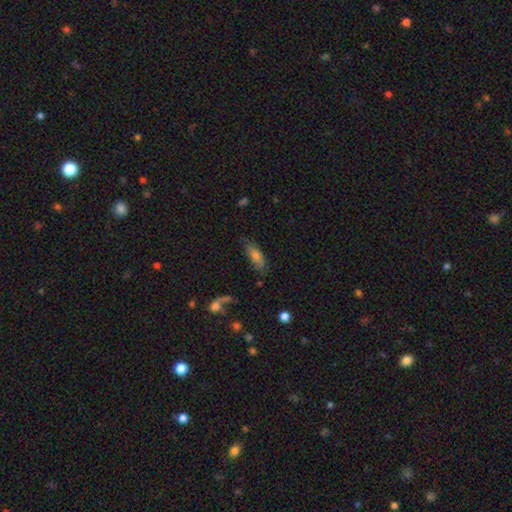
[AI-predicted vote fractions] The model was most divided on "how rounded": in between: 65%, cigar-shaped: 32%, round: 3%. More confident: smooth or featured — smooth (67%); merging — none (65%).